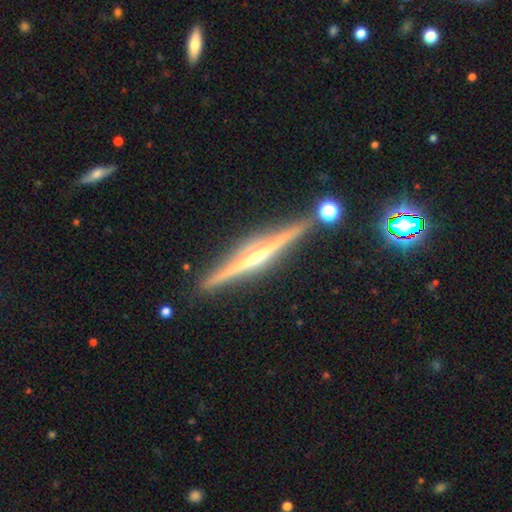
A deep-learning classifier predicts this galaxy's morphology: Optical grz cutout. It shows a featured or disk galaxy (85%) viewed edge-on (98%) with a rounded central bulge (74%). Merging: none (88%).